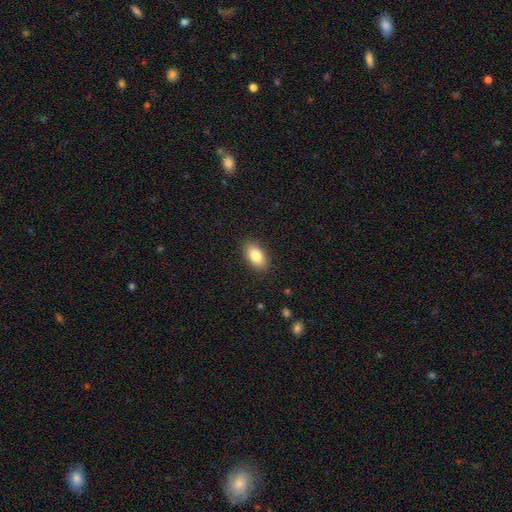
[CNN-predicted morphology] Smooth or featured? smooth (84%)
How rounded? in between (92%)
Merging? none (89%)